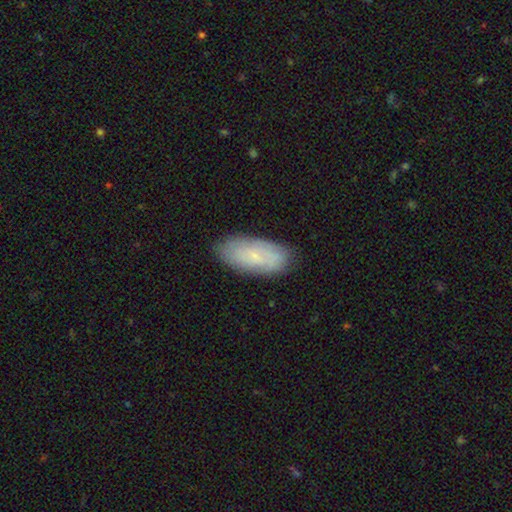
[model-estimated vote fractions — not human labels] Smooth or featured? smooth (61%)
How rounded? in between (88%)
Merging? none (81%)